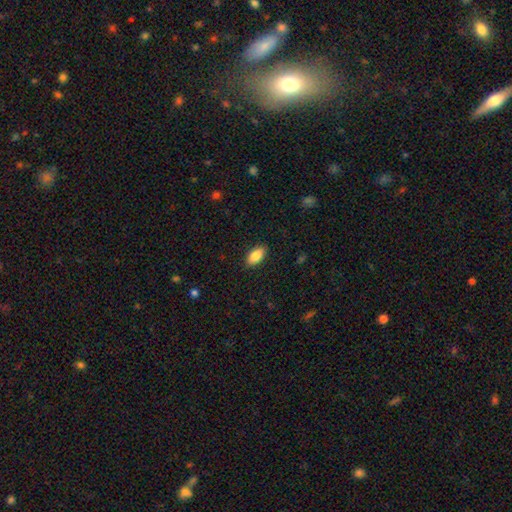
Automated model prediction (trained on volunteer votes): smooth-or-featured: smooth: 86% | featured or disk: 8% | star or artifact: 7%
  how-rounded: in between: 92% | cigar-shaped: 5% | round: 3%
  merging: none: 89% | minor disturbance: 8% | major disturbance: 2% | merger: 1%